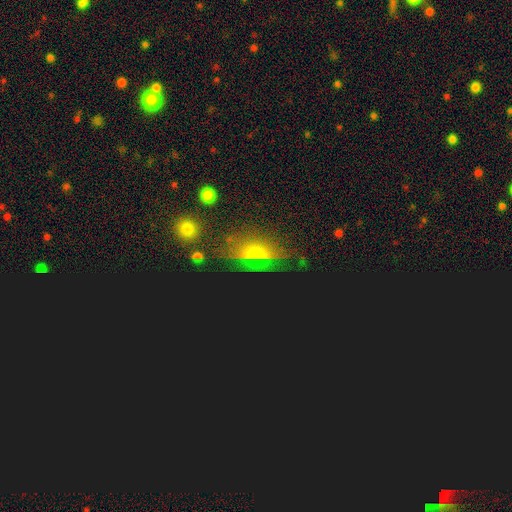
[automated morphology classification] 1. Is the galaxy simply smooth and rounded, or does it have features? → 42% star or artifact, 31% smooth, 27% featured or disk.